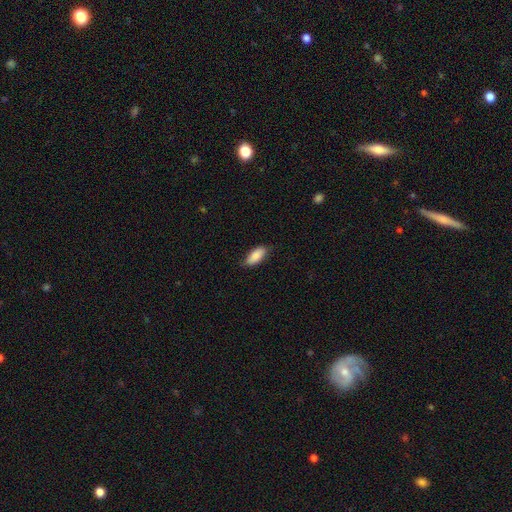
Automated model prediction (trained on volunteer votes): This is clearly a smooth galaxy (87%). How rounded: clearly in between (86%). Merging: likely none (77%).